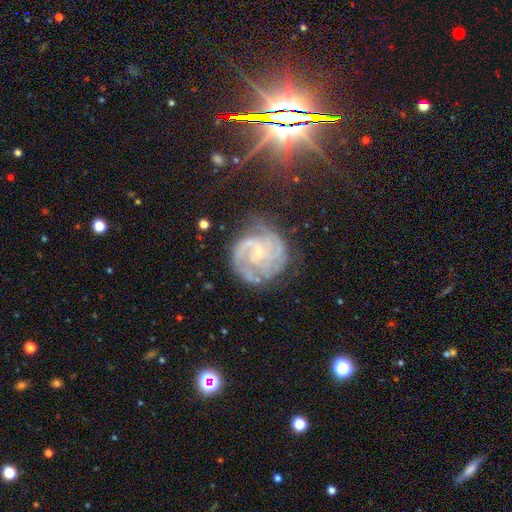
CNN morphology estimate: Overall: featured or disk (85%). Edge-on disk: no (98%). Bar: no (67%). Spiral arms: yes (97%). Spiral arm count: 3 (37%; 2 19%). Spiral winding: tight (64%; medium 31%). Bulge size: small (80%). Merging: none (70%).